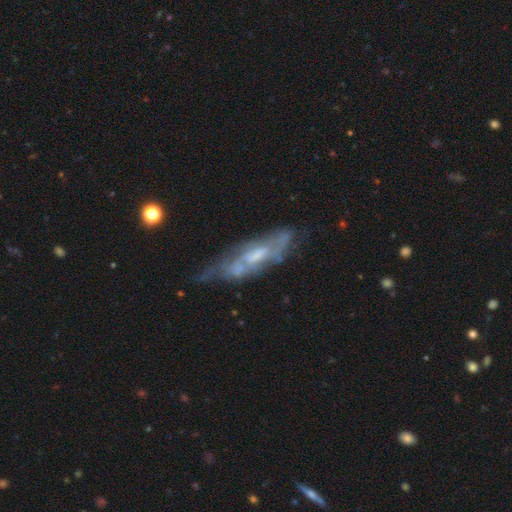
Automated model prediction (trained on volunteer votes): Smooth or featured?
  - featured or disk: 71% *
  - smooth: 21%
  - star or artifact: 8%
Edge-on disk?
  - no: 69% *
  - yes: 31%
Merging?
  - none: 50% *
  - minor disturbance: 28%
  - major disturbance: 15%
  - merger: 7%